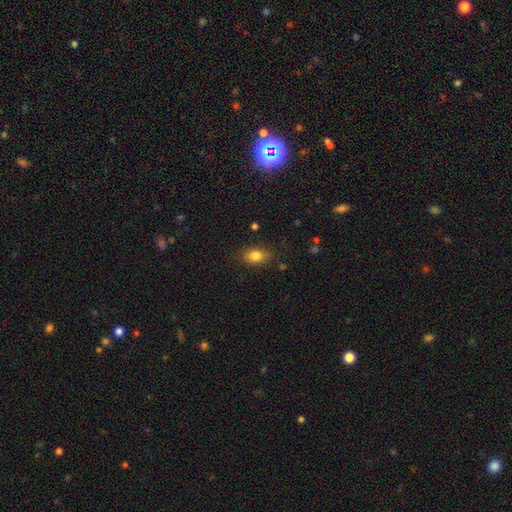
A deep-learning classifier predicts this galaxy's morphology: Smooth or featured?
  - smooth: 82% *
  - featured or disk: 9%
  - star or artifact: 9%
How rounded?
  - in between: 82% *
  - round: 15%
  - cigar-shaped: 3%
Merging?
  - none: 83% *
  - minor disturbance: 13%
  - major disturbance: 3%
  - merger: 1%